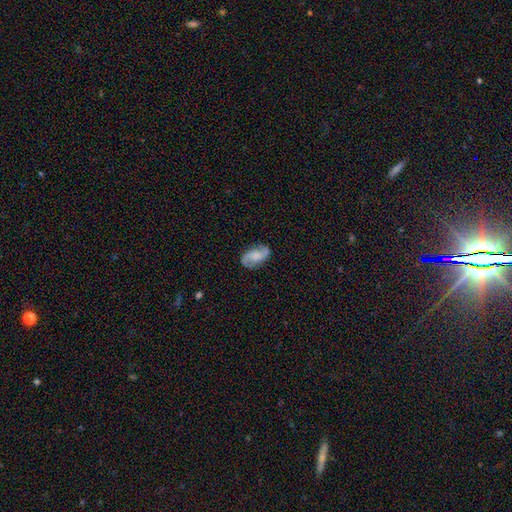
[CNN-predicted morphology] This is likely a featured or disk galaxy (78%). It is clearly not viewed edge-on (97%). Bar: possibly no (53%). Spiral arm pattern: clearly yes (96%). Spiral arm count: clearly 2 (93%). Spiral winding: possibly loose (47%). Central bulge: marginally moderate (33%). Merging: clearly none (82%).